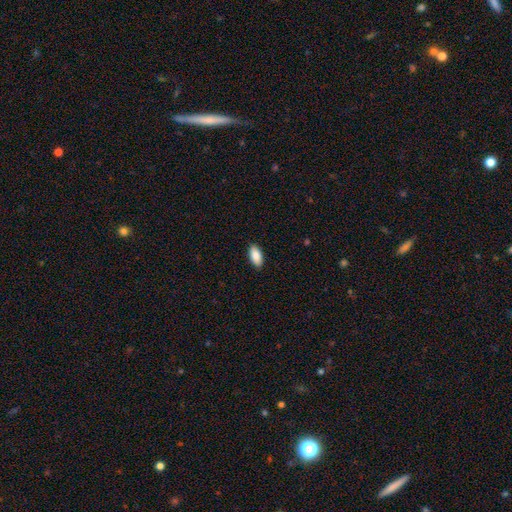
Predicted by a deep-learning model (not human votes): Overall: smooth (87%). How rounded: in between (92%). Merging: none (90%).